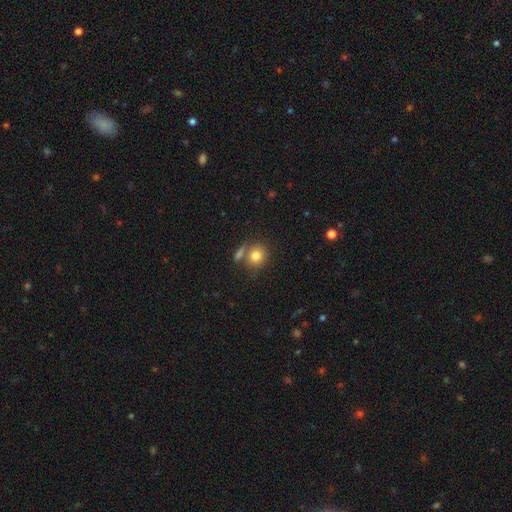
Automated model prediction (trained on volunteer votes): smooth-or-featured: smooth: 81% | star or artifact: 10% | featured or disk: 9%
  how-rounded: round: 78% | in between: 21% | cigar-shaped: 1%
  merging: none: 63% | merger: 22% | minor disturbance: 11% | major disturbance: 4%